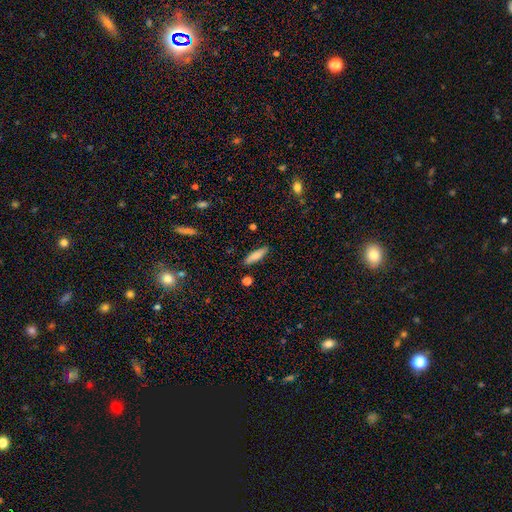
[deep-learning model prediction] This is clearly a smooth galaxy (81%). How rounded: likely cigar-shaped (69%). Merging: clearly none (87%).